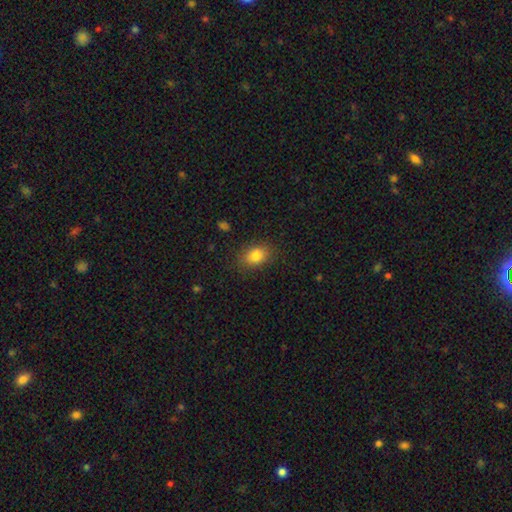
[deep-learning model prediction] This appears to be a smooth galaxy with no disk features (83%) that is in between round and cigar-shaped (75%). Merging: none (84%).